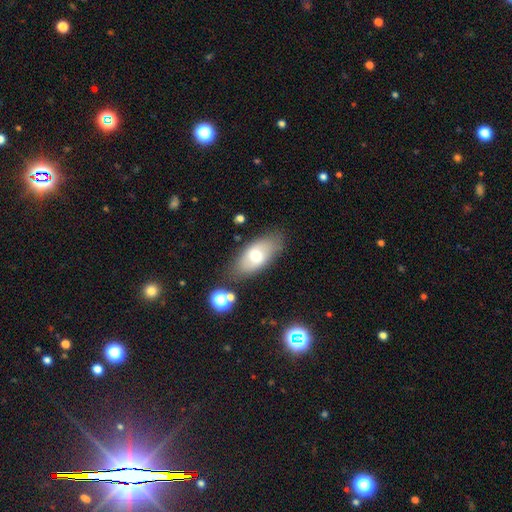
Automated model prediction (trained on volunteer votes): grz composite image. It shows a smooth galaxy with no disk features (66%) that is in between round and cigar-shaped (88%). Merging: none (78%).